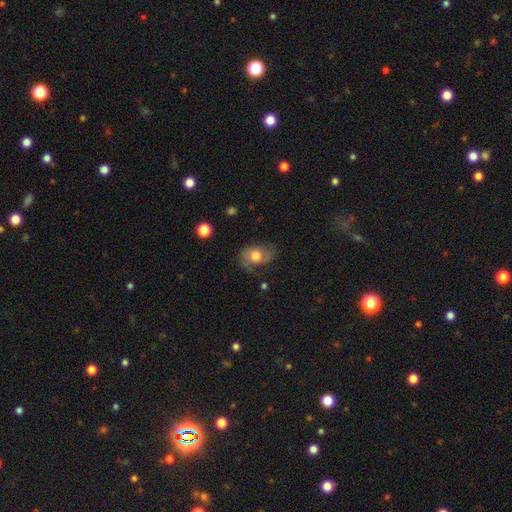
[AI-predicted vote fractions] The model was most divided on "smooth or featured": smooth: 47%, featured or disk: 44%, star or artifact: 8%. More confident: merging — none (58%).